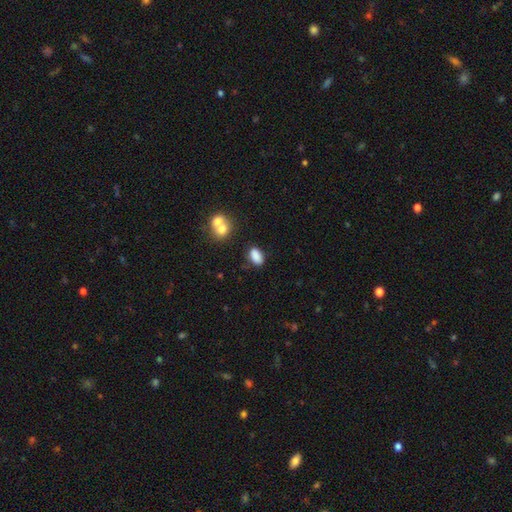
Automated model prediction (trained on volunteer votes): This appears to be a smooth galaxy with no disk features (86%) that is in between round and cigar-shaped (91%). Merging: none (78%).